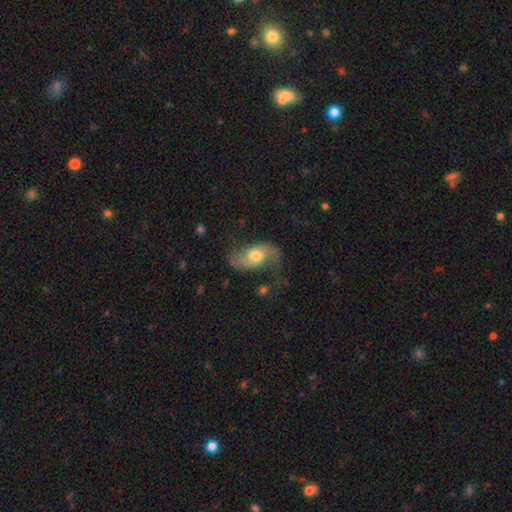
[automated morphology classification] Smooth or featured: featured or disk — 67% (smooth — 26%)
Edge-on disk: no — 95% (yes — 5%)
Bar: no — 63% (weak — 31%)
Spiral arms: yes — 89% (no — 11%)
Spiral winding: loose — 58% (medium — 33%)
Spiral arm count: 2 — 87% (can't tell — 5%)
Bulge size: moderate — 66% (large — 20%)
Merging: none — 50% (minor disturbance — 24%)